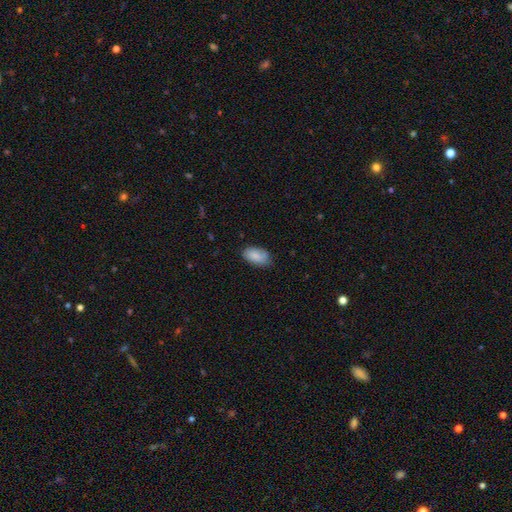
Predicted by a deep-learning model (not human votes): Smooth or featured? smooth (82%)
How rounded? in between (93%)
Merging? none (72%)